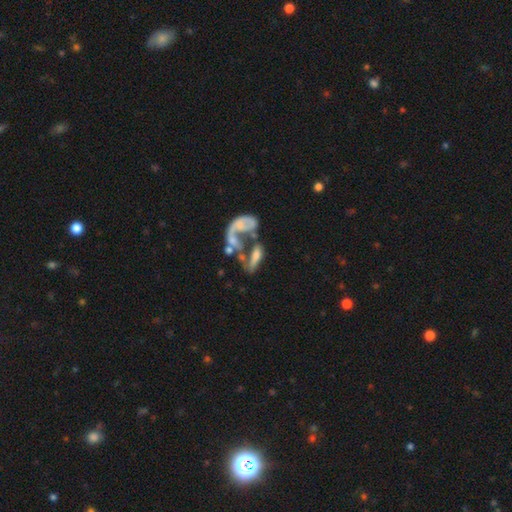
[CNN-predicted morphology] This appears to be a featured or disk galaxy (48%). Merging: merger (54%).